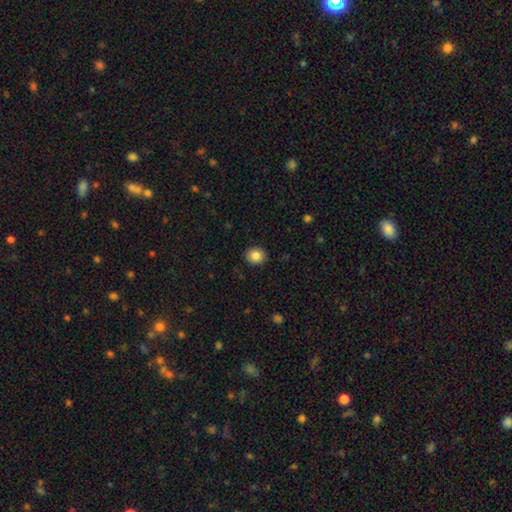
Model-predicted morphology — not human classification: The model was most divided on "how rounded": round: 73%, in between: 26%, cigar-shaped: 1%. More confident: merging — none (90%); smooth or featured — smooth (85%).